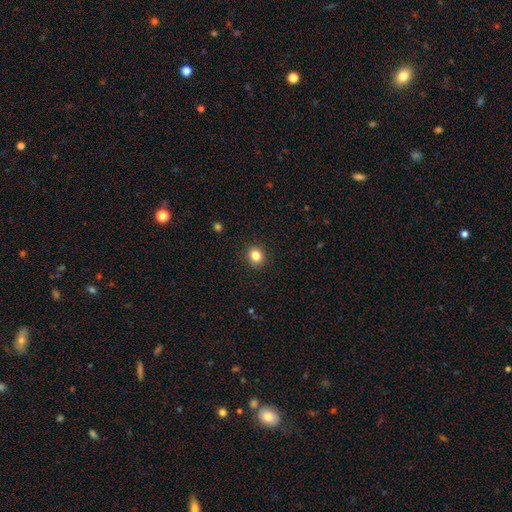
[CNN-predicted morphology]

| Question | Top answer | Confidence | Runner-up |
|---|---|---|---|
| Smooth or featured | smooth | 83% | star or artifact (11%) |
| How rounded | round | 75% | in between (24%) |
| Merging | none | 91% | minor disturbance (6%) |